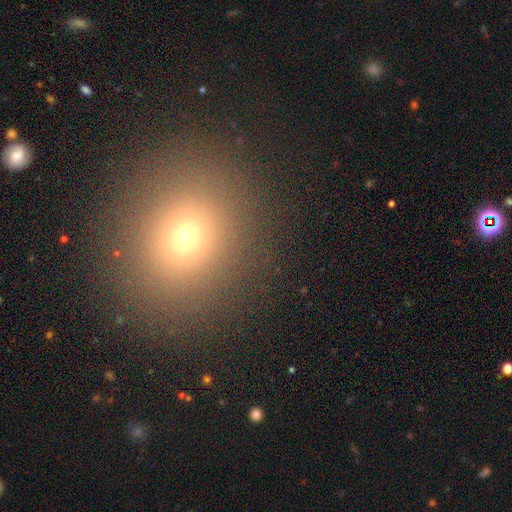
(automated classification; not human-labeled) Smooth or featured?
  - smooth: 67% *
  - star or artifact: 24%
  - featured or disk: 9%
How rounded?
  - round: 78% *
  - in between: 21%
  - cigar-shaped: 1%
Merging?
  - none: 88% *
  - minor disturbance: 6%
  - major disturbance: 3%
  - merger: 2%